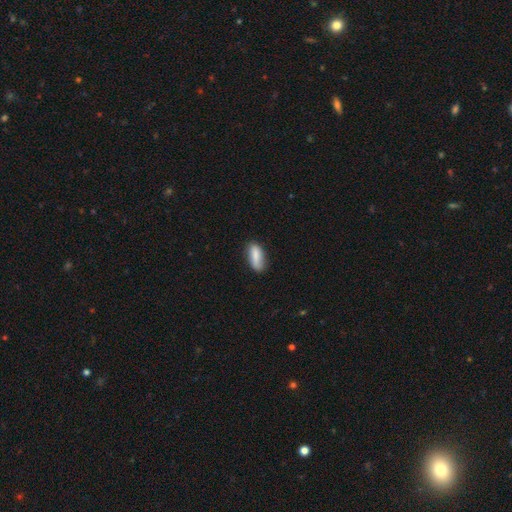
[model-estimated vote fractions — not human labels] smooth_or_featured: smooth (p=0.80) [alt: featured or disk p=0.13]
how_rounded: in between (p=0.75) [alt: cigar-shaped p=0.23]
merging: none (p=0.76) [alt: minor disturbance p=0.19]